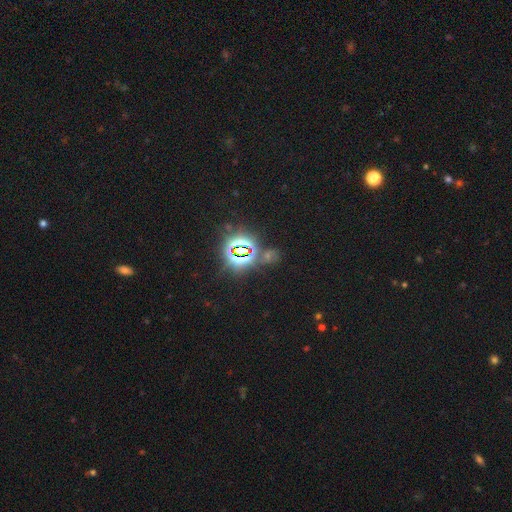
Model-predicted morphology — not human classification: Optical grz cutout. It shows a star or artifact, not a galaxy (82%).